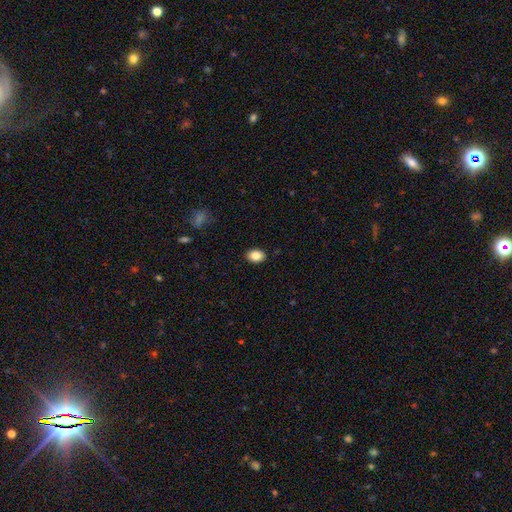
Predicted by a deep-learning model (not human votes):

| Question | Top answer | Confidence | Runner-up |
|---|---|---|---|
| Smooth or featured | smooth | 87% | star or artifact (8%) |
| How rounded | in between | 77% | round (21%) |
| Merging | none | 89% | minor disturbance (8%) |